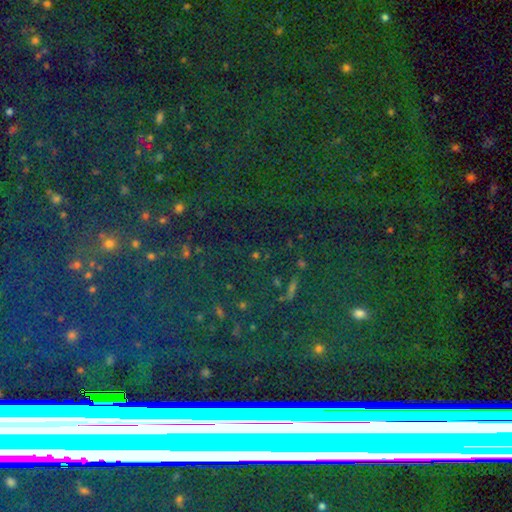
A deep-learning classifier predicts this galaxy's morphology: smooth_or_featured: star or artifact (p=0.71) [alt: smooth p=0.20]